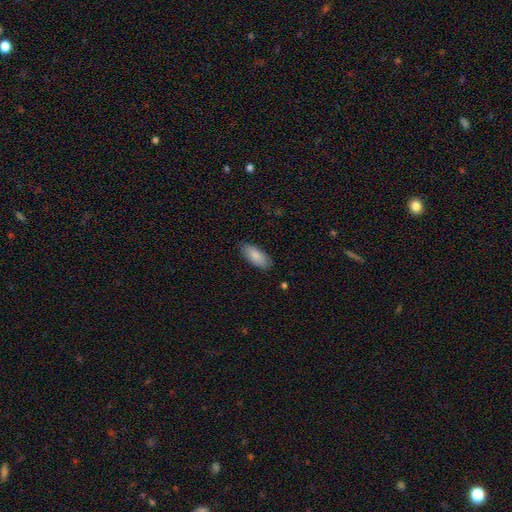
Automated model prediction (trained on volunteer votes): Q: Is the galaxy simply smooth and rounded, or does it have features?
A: smooth — 87%.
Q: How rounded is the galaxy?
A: in between — 86%.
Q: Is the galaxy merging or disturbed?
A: none — 86%.